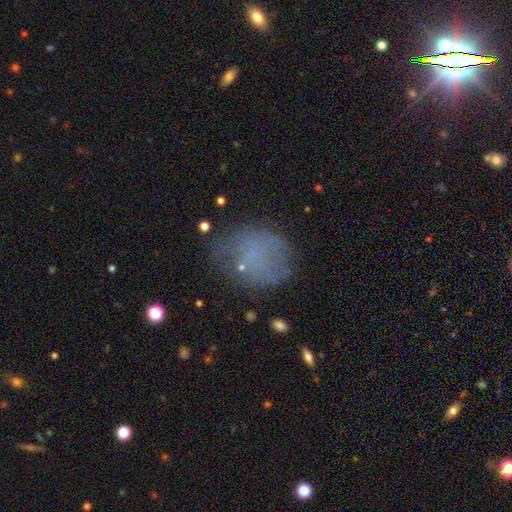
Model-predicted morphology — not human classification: smooth-or-featured: smooth: 58% | featured or disk: 24% | star or artifact: 19%
  how-rounded: round: 65% | in between: 33% | cigar-shaped: 1%
  merging: none: 60% | minor disturbance: 22% | major disturbance: 14% | merger: 4%